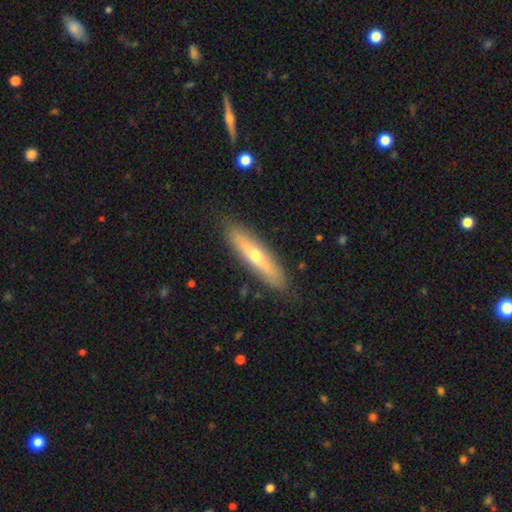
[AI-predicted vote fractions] smooth_or_featured: featured or disk (p=0.48) [alt: smooth p=0.45]
merging: none (p=0.86) [alt: minor disturbance p=0.10]